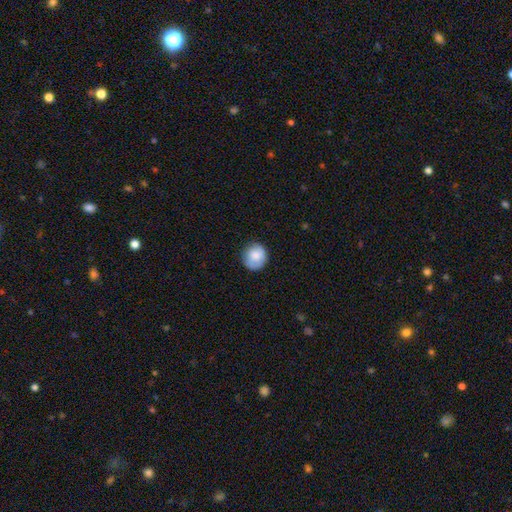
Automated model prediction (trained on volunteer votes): A smooth galaxy with no disk features (79%) that is round (85%). Merging: none (78%).